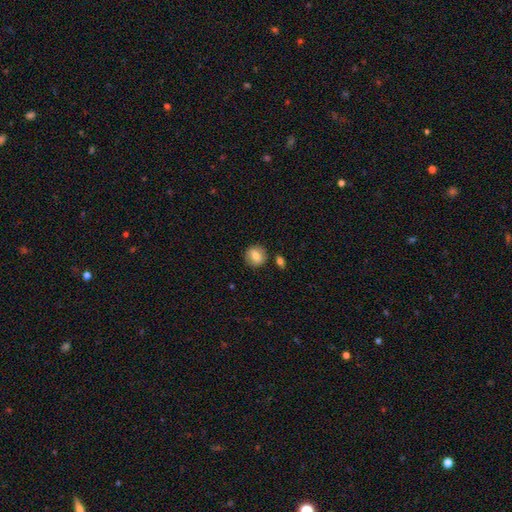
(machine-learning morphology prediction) Smooth or featured? Predicted: smooth (p=0.77). How rounded? Predicted: round (p=0.88). Merging? Predicted: none (p=0.85).